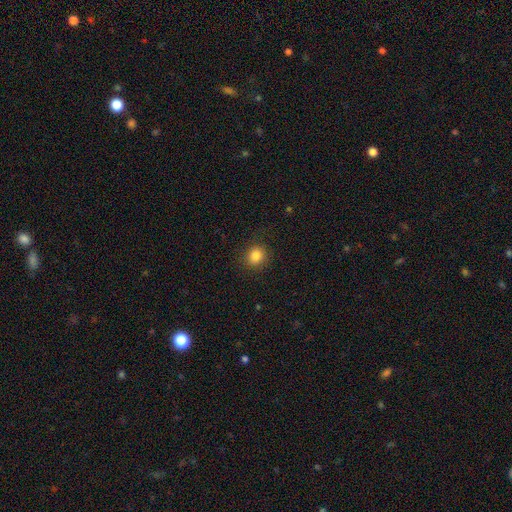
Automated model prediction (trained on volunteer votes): Q: Smooth or featured?
A: smooth (85%); runner-up: star or artifact (11%)
Q: How rounded?
A: round (78%); runner-up: in between (21%)
Q: Merging?
A: none (88%); runner-up: minor disturbance (8%)